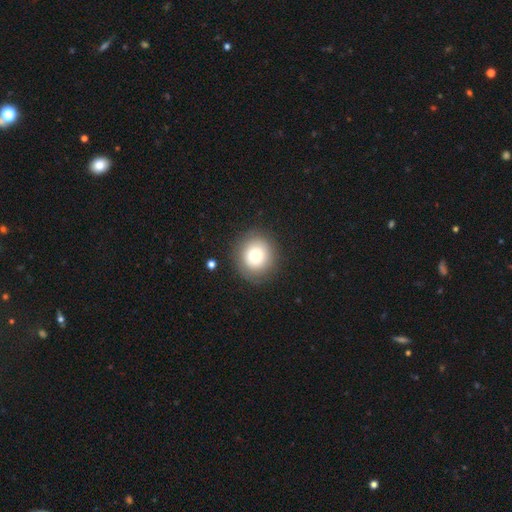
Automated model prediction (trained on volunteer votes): smooth_or_featured: smooth (p=0.77) [alt: featured or disk p=0.13]
how_rounded: round (p=0.88) [alt: in between p=0.11]
merging: none (p=0.87) [alt: minor disturbance p=0.08]